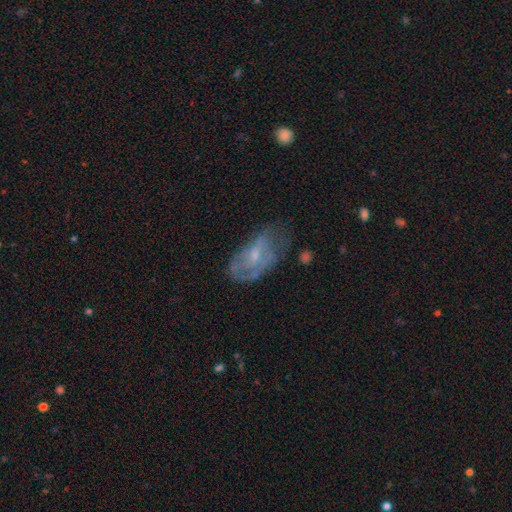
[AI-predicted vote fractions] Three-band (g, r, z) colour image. It shows a featured or disk galaxy (57%) with no bar (64%), spiral arms (51%) and a small central bulge (51%). Merging: none (41%).